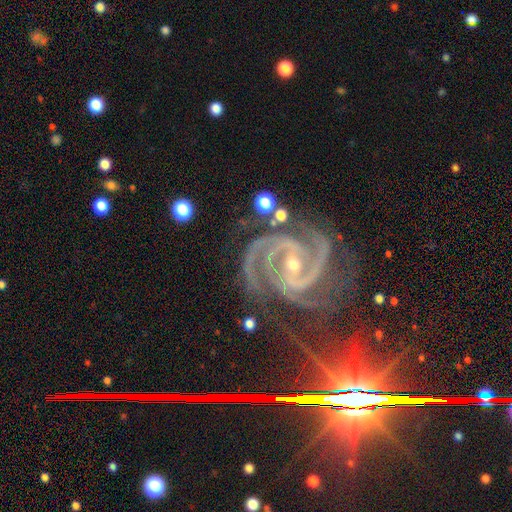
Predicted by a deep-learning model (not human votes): Morphology: type=featured or disk (91%); edge-on=no (98%); bar=strong (46%); spiral arms=yes (99%); winding=tight (60%); arm count=3 (40%); bulge=small (66%); merging=none (65%).